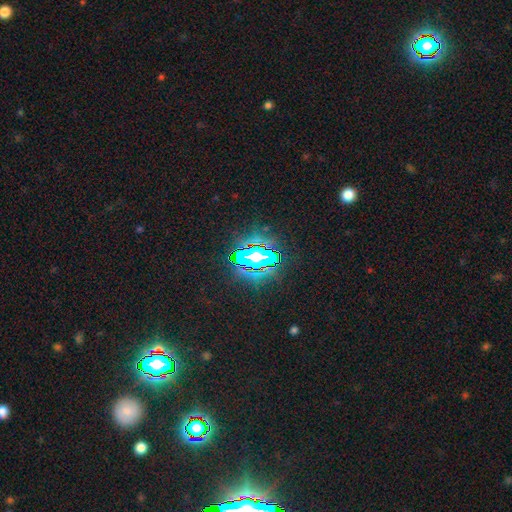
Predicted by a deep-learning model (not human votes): smooth-or-featured: star or artifact: 83% | smooth: 10% | featured or disk: 7%